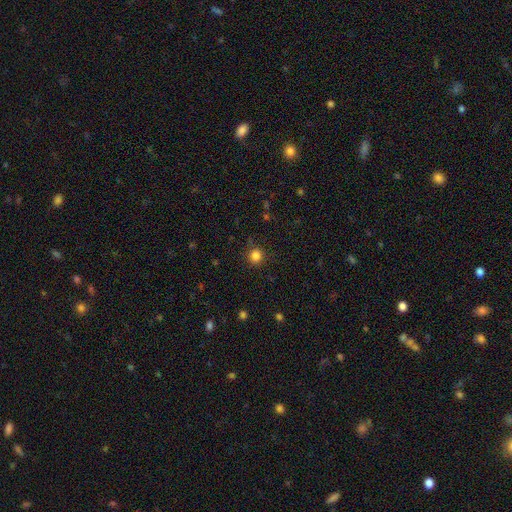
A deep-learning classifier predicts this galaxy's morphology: smooth_or_featured: smooth (p=0.83) [alt: star or artifact p=0.13]
how_rounded: round (p=0.91) [alt: in between p=0.08]
merging: none (p=0.88) [alt: minor disturbance p=0.08]